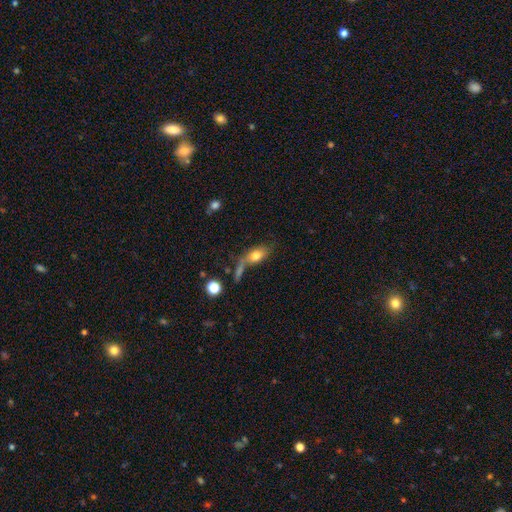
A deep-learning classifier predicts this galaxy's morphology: Smooth or featured? smooth (72%)
How rounded? in between (82%)
Merging? none (41%)